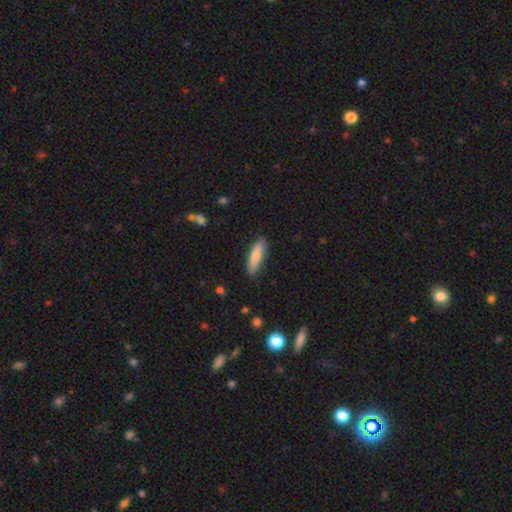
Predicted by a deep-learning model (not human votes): smooth_or_featured: smooth (p=0.71) [alt: featured or disk p=0.23]
how_rounded: cigar-shaped (p=0.57) [alt: in between p=0.41]
merging: none (p=0.85) [alt: minor disturbance p=0.11]